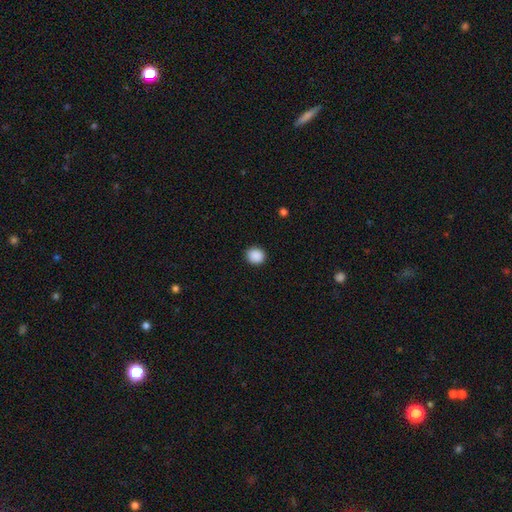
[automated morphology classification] smooth_or_featured: smooth (p=0.90) [alt: star or artifact p=0.08]
how_rounded: round (p=0.81) [alt: in between p=0.18]
merging: none (p=0.91) [alt: minor disturbance p=0.06]